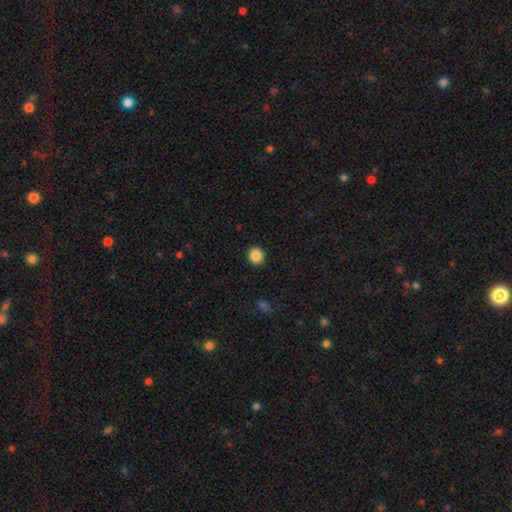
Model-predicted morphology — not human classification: Q: Smooth or featured?
A: smooth (87%); runner-up: star or artifact (10%)
Q: How rounded?
A: round (84%); runner-up: in between (15%)
Q: Merging?
A: none (92%); runner-up: minor disturbance (5%)